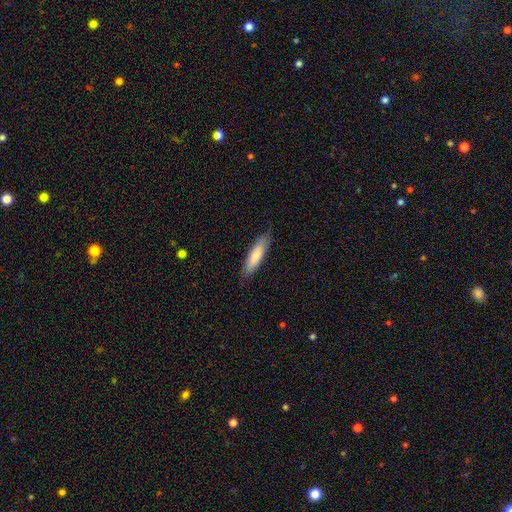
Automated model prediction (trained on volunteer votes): The model was most divided on "how rounded": cigar-shaped: 63%, in between: 35%, round: 1%. More confident: merging — none (83%); smooth or featured — smooth (78%).